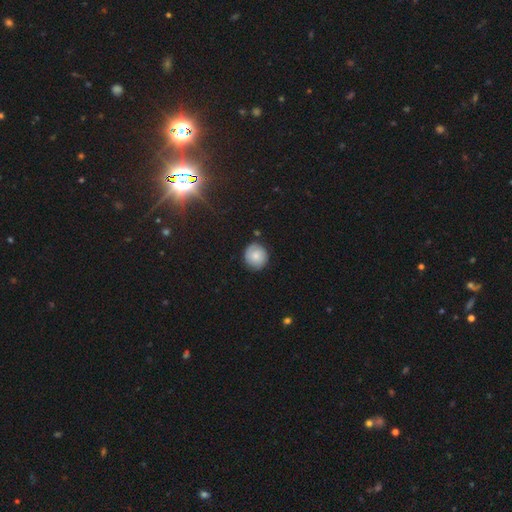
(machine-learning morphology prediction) smooth_or_featured: smooth (p=0.70) [alt: featured or disk p=0.22]
how_rounded: round (p=0.89) [alt: in between p=0.10]
merging: none (p=0.83) [alt: minor disturbance p=0.12]